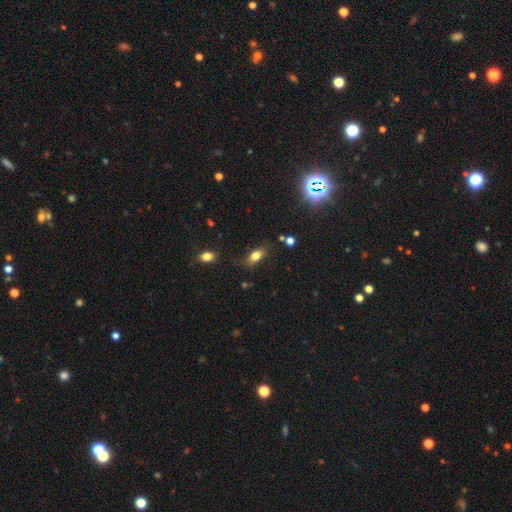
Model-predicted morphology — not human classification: type=smooth (74%); roundness=in between (78%); merging=none (75%).